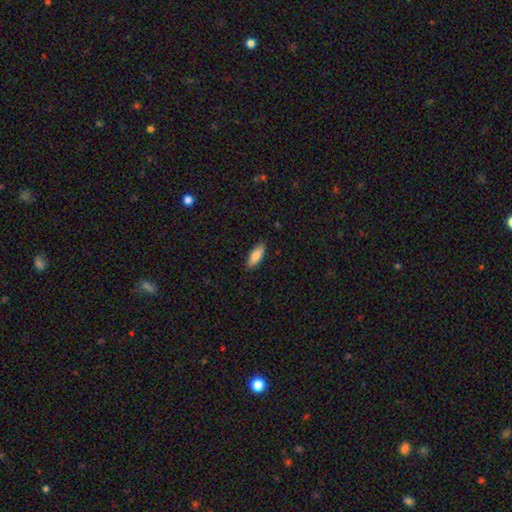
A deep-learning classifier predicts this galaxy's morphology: Smooth or featured: smooth — 81% (featured or disk — 13%)
How rounded: in between — 64% (cigar-shaped — 34%)
Merging: none — 88% (minor disturbance — 9%)